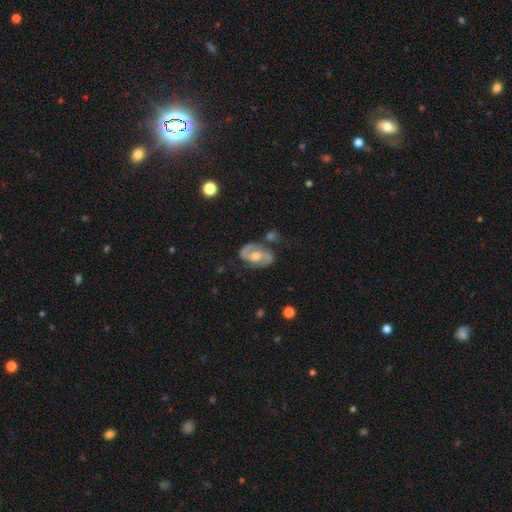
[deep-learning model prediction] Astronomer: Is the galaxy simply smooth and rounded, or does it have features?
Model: featured or disk — 84%.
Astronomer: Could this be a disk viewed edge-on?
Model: no — 97%.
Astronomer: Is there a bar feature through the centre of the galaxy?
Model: weak — 44% (runner-up: no, 38%).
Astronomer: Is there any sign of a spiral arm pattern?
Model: yes — 94%.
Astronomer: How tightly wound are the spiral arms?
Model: medium — 55%.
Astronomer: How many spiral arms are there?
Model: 2 — 91%.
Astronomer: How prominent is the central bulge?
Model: moderate — 68%.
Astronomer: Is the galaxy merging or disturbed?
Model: none — 70%.